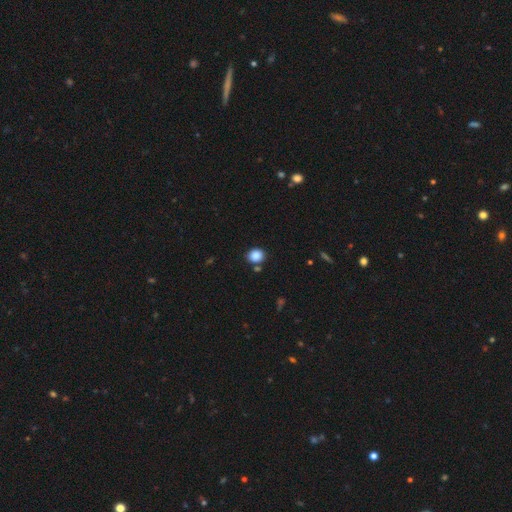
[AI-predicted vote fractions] Smooth or featured?
  - smooth: 87% *
  - star or artifact: 10%
  - featured or disk: 4%
How rounded?
  - round: 70% *
  - in between: 29%
  - cigar-shaped: 1%
Merging?
  - none: 79% *
  - minor disturbance: 10%
  - merger: 7%
  - major disturbance: 3%